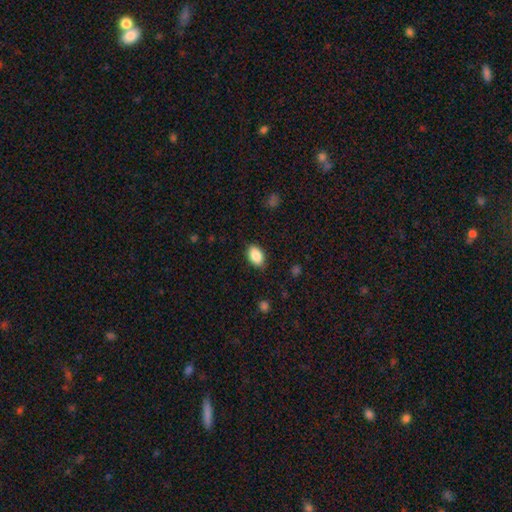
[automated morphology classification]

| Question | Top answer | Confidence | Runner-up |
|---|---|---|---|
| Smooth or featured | smooth | 89% | star or artifact (7%) |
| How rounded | in between | 91% | round (8%) |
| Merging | none | 86% | minor disturbance (10%) |